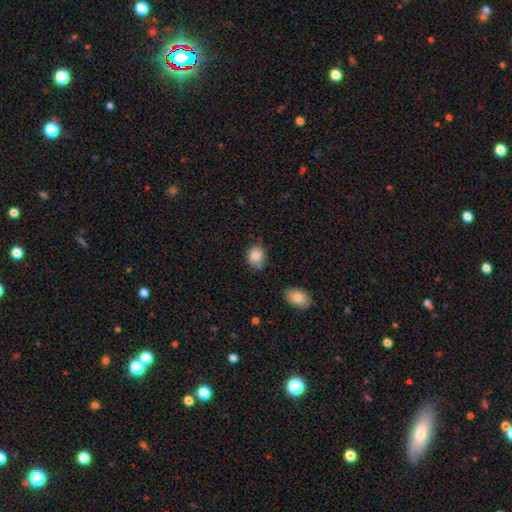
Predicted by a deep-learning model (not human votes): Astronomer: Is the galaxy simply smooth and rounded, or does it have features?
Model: smooth — 85%.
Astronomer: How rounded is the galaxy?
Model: round — 56% (runner-up: in between, 43%).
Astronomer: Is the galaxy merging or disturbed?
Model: none — 63%.